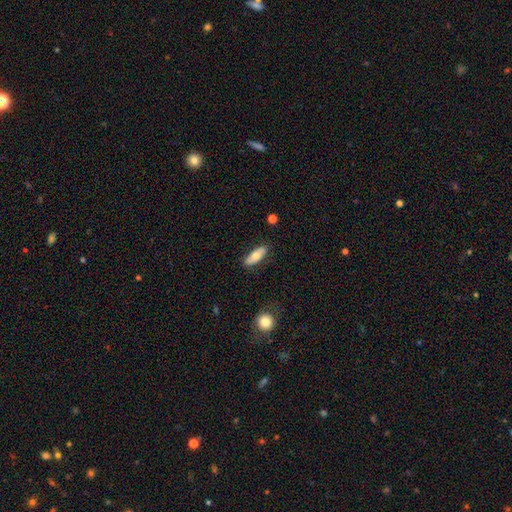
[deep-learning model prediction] This is likely a smooth galaxy (69%). How rounded: likely in between (70%). Merging: clearly none (83%).